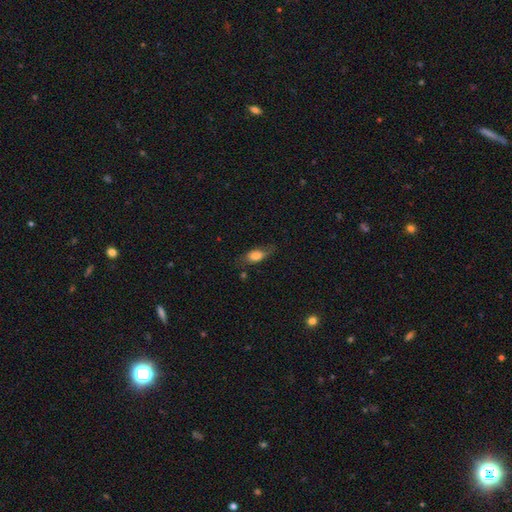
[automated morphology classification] The model was most divided on "merging": none: 61%, minor disturbance: 27%, major disturbance: 10%, merger: 2%. More confident: how rounded — in between (80%); smooth or featured — smooth (74%).